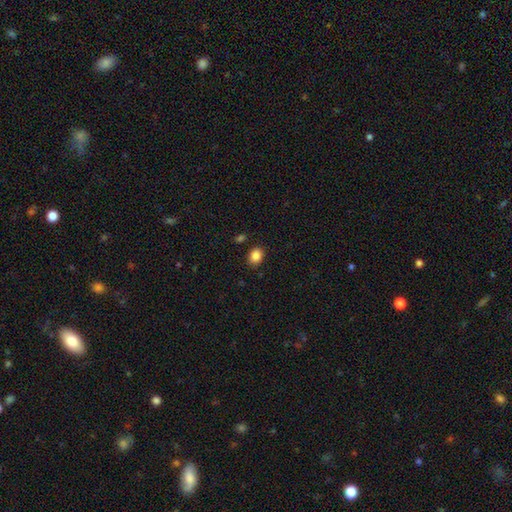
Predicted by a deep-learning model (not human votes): smooth_or_featured: smooth (p=0.86) [alt: star or artifact p=0.10]
how_rounded: in between (p=0.53) [alt: round p=0.46]
merging: none (p=0.86) [alt: minor disturbance p=0.09]